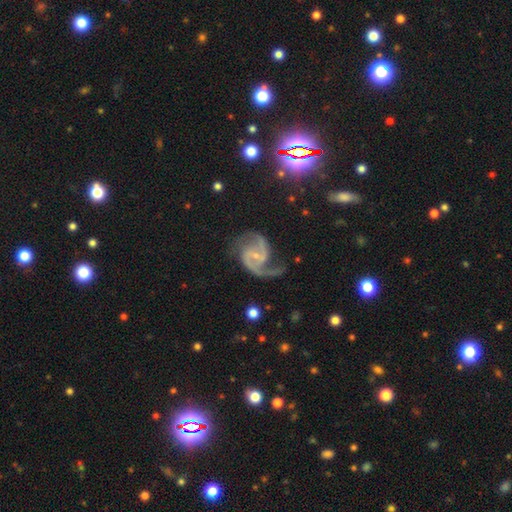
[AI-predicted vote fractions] The model was most divided on "bar": weak: 44%, no: 39%, strong: 16%. More confident: edge-on disk — no (98%); spiral arms — yes (98%); smooth or featured — featured or disk (92%); spiral arm count — 2 (90%); bulge size — small (73%); merging — none (67%); spiral winding — medium (59%).